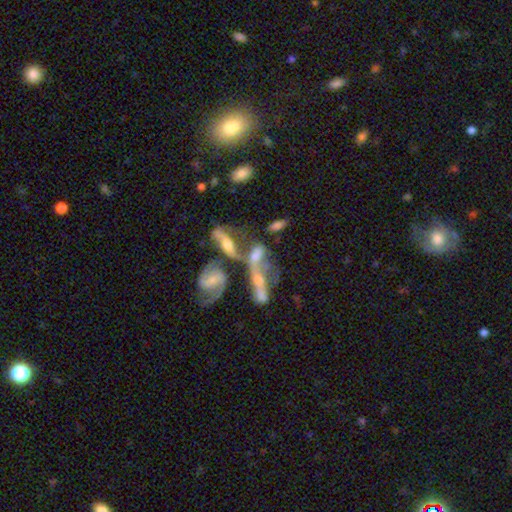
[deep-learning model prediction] Smooth or featured?
  - featured or disk: 50% *
  - smooth: 35%
  - star or artifact: 15%
Edge-on disk?
  - no: 80% *
  - yes: 20%
Merging?
  - merger: 58% *
  - none: 18%
  - major disturbance: 14%
  - minor disturbance: 10%